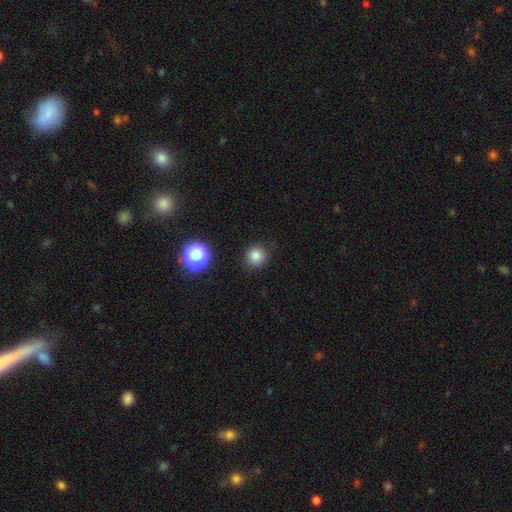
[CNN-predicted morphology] smooth_or_featured: smooth (p=0.82) [alt: star or artifact p=0.13]
how_rounded: round (p=0.92) [alt: in between p=0.07]
merging: none (p=0.89) [alt: minor disturbance p=0.08]